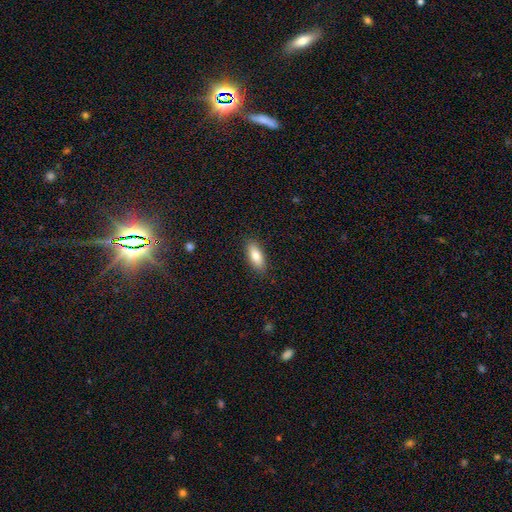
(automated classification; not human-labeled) smooth_or_featured: smooth (p=0.80) [alt: featured or disk p=0.13]
how_rounded: in between (p=0.77) [alt: cigar-shaped p=0.20]
merging: none (p=0.87) [alt: minor disturbance p=0.09]